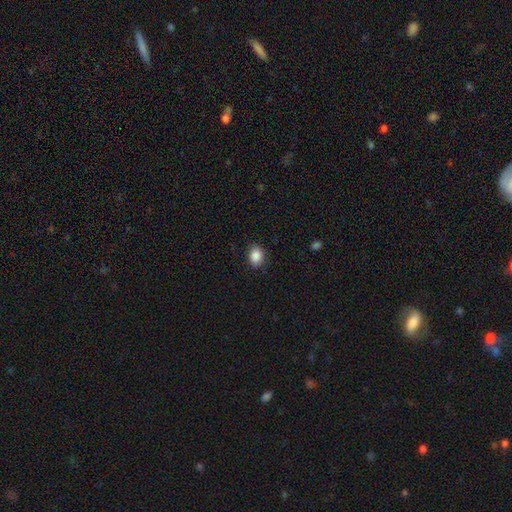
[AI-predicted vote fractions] smooth_or_featured: smooth (p=0.88) [alt: star or artifact p=0.09]
how_rounded: in between (p=0.60) [alt: round p=0.39]
merging: none (p=0.85) [alt: minor disturbance p=0.11]